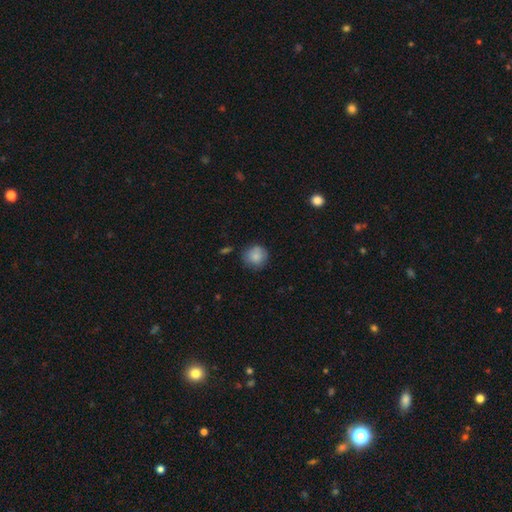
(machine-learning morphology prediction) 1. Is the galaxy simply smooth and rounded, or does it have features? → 86% smooth, 8% star or artifact, 6% featured or disk.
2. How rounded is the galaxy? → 91% round, 8% in between, 1% cigar-shaped.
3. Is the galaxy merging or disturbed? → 79% none, 16% minor disturbance, 3% major disturbance, 2% merger.